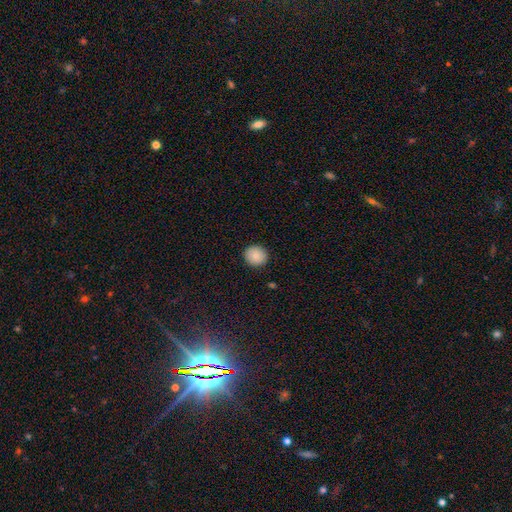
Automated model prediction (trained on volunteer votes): A smooth galaxy with no disk features (86%) that is round (89%).

Vote fractions:
- Smooth or featured? smooth: 86% / star or artifact: 8% / featured or disk: 6%
- How rounded? round: 89% / in between: 11% / cigar-shaped: 1%
- Merging? none: 91% / minor disturbance: 6% / major disturbance: 2% / merger: 1%